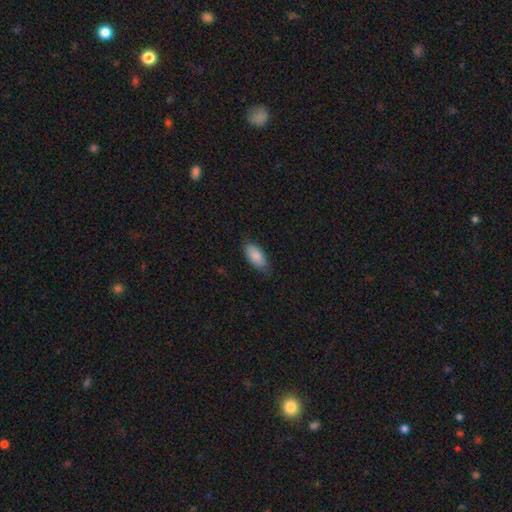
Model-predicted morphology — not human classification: Overall: smooth (85%). How rounded: in between (90%). Merging: none (75%).